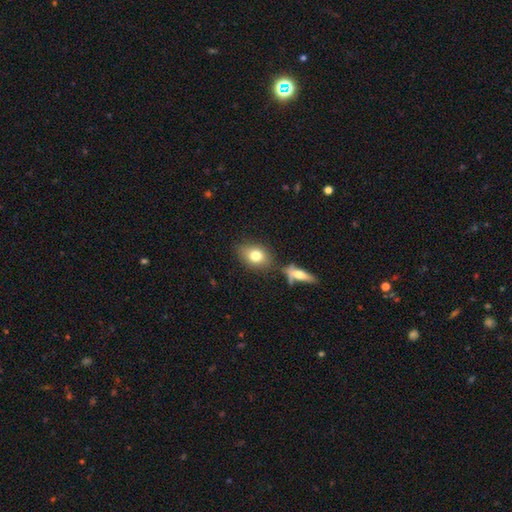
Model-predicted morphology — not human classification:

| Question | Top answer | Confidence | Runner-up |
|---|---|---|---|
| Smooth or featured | smooth | 76% | featured or disk (15%) |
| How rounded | in between | 67% | round (30%) |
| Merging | none | 69% | minor disturbance (14%) |